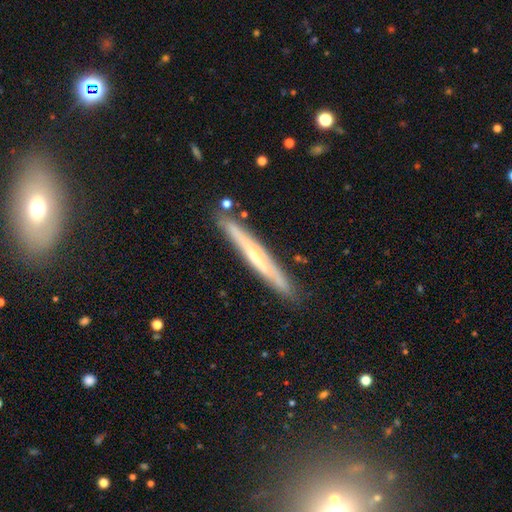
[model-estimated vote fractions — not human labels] Q: Smooth or featured?
A: featured or disk (64%); runner-up: smooth (30%)
Q: Edge-on disk?
A: yes (92%); runner-up: no (8%)
Q: Edge-on bulge?
A: rounded (49%); runner-up: none (47%)
Q: Merging?
A: none (86%); runner-up: minor disturbance (10%)